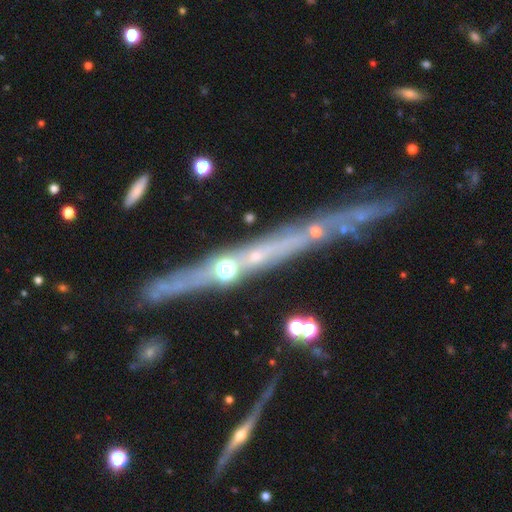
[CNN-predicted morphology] Q: Smooth or featured?
A: featured or disk (69%); runner-up: smooth (16%)
Q: Edge-on disk?
A: yes (92%); runner-up: no (8%)
Q: Edge-on bulge?
A: none (53%); runner-up: rounded (40%)
Q: Merging?
A: none (74%); runner-up: minor disturbance (14%)